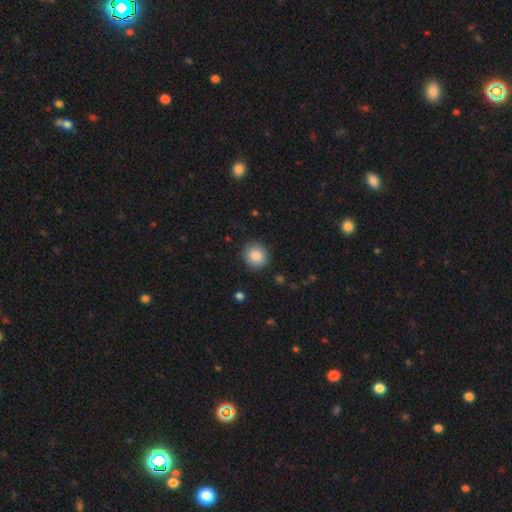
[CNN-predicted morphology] A smooth galaxy with no disk features (86%) that is round (91%).

Vote fractions:
- Smooth or featured? smooth: 86% / star or artifact: 9% / featured or disk: 5%
- How rounded? round: 91% / in between: 8% / cigar-shaped: 1%
- Merging? none: 89% / minor disturbance: 7% / major disturbance: 2% / merger: 1%